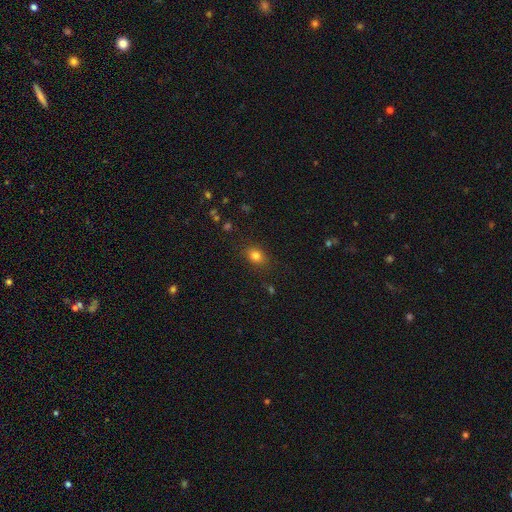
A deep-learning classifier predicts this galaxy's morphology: smooth-or-featured: smooth: 80% | star or artifact: 13% | featured or disk: 7%
  how-rounded: in between: 57% | round: 41% | cigar-shaped: 1%
  merging: none: 83% | minor disturbance: 12% | major disturbance: 4% | merger: 1%